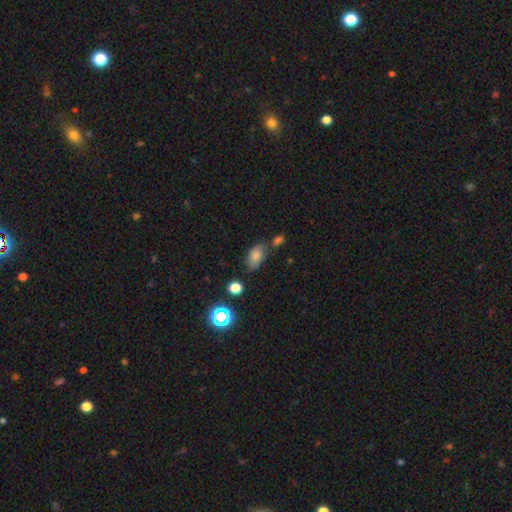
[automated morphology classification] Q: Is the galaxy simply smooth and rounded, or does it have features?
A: smooth — 77%.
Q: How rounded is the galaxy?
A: in between — 90%.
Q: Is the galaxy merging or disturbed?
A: none — 63%.